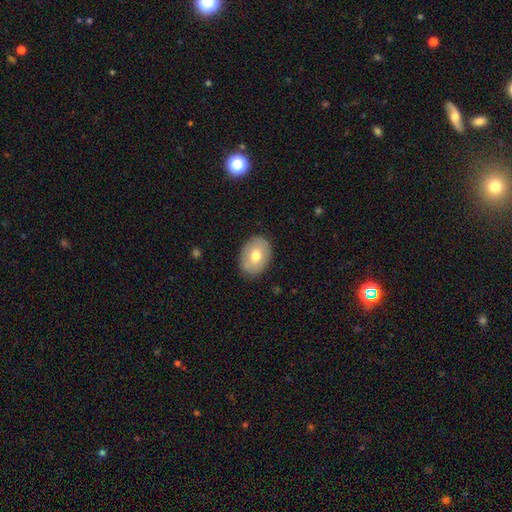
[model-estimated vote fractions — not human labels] Smooth or featured: smooth — 69% (featured or disk — 24%)
How rounded: in between — 72% (round — 28%)
Merging: none — 87% (minor disturbance — 9%)